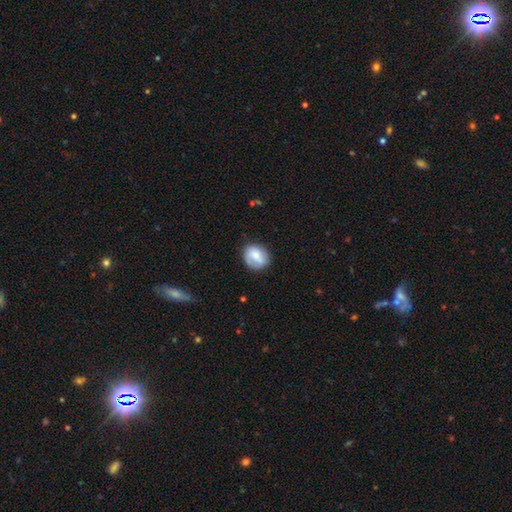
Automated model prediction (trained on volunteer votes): Morphology: type=smooth (69%); roundness=round (72%); merging=none (73%).